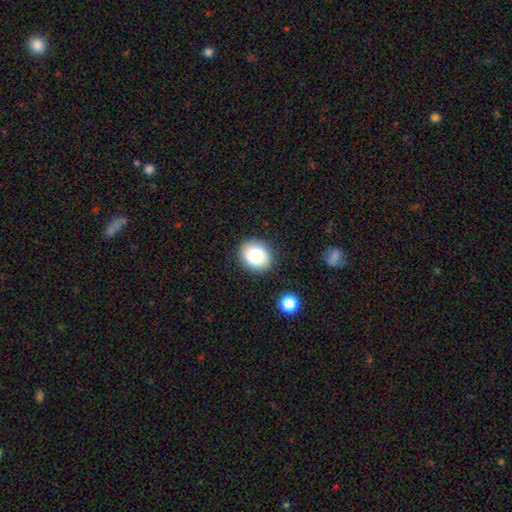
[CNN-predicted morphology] Smooth or featured: smooth — 83% (star or artifact — 9%)
How rounded: round — 60% (in between — 39%)
Merging: none — 86% (minor disturbance — 9%)